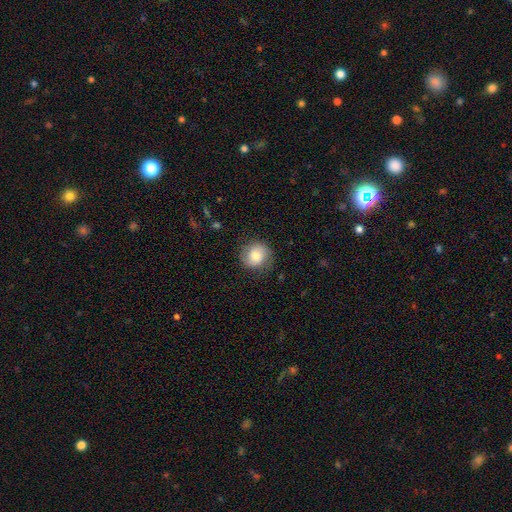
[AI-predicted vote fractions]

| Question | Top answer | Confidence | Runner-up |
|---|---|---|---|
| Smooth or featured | smooth | 75% | featured or disk (17%) |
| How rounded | round | 86% | in between (13%) |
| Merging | none | 78% | minor disturbance (16%) |